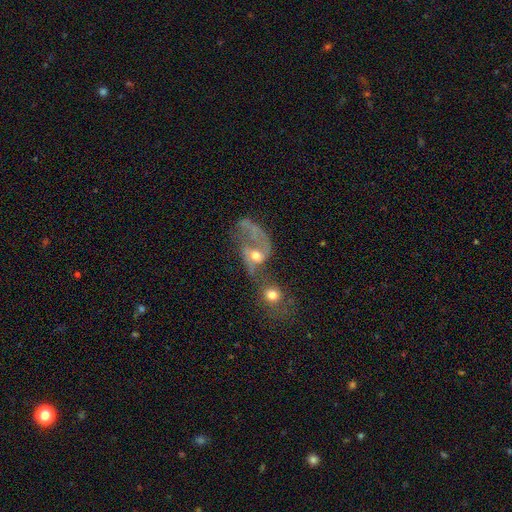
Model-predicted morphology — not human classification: type=featured or disk (56%); edge-on=no (96%); bar=no (70%); spiral arms=yes (60%); bulge=moderate (61%); merging=merger (60%).